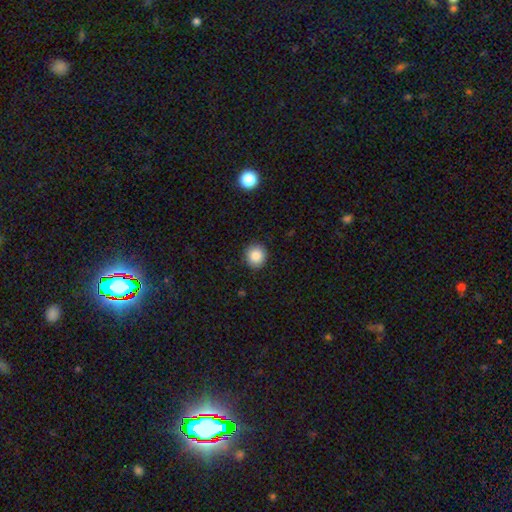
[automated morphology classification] type=smooth (86%); roundness=round (89%); merging=none (91%).